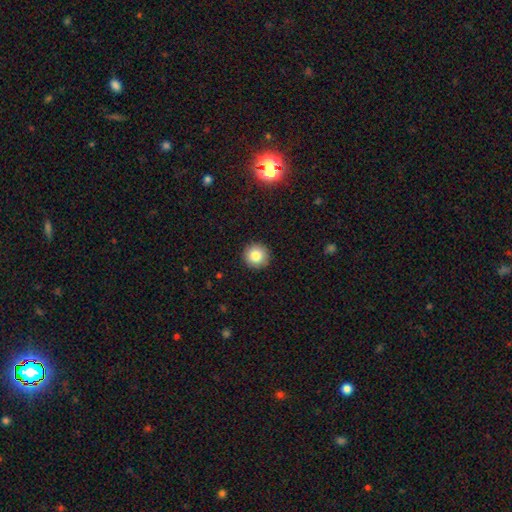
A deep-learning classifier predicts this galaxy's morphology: Smooth or featured: smooth — 83% (star or artifact — 10%)
How rounded: round — 96% (in between — 3%)
Merging: none — 92% (minor disturbance — 5%)